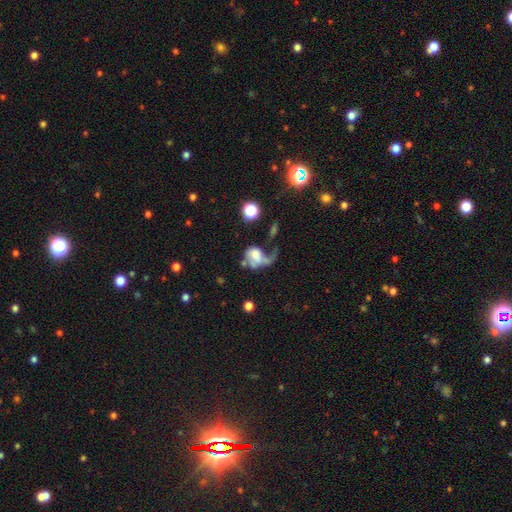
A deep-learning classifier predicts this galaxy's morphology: smooth_or_featured: featured or disk (p=0.48) [alt: smooth p=0.41]
merging: major disturbance (p=0.53) [alt: merger p=0.20]